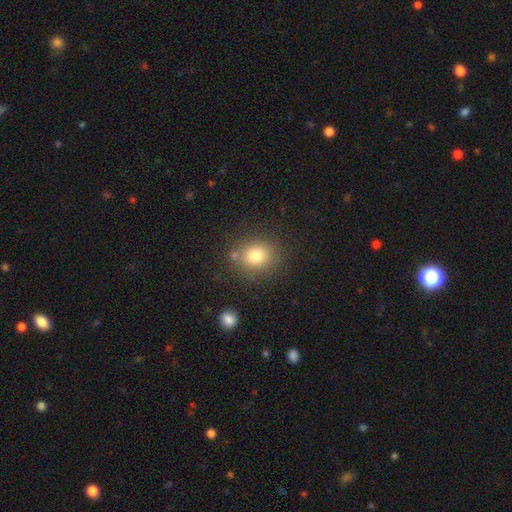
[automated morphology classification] Smooth or featured: smooth — 79% (star or artifact — 12%)
How rounded: round — 70% (in between — 29%)
Merging: none — 77% (minor disturbance — 12%)